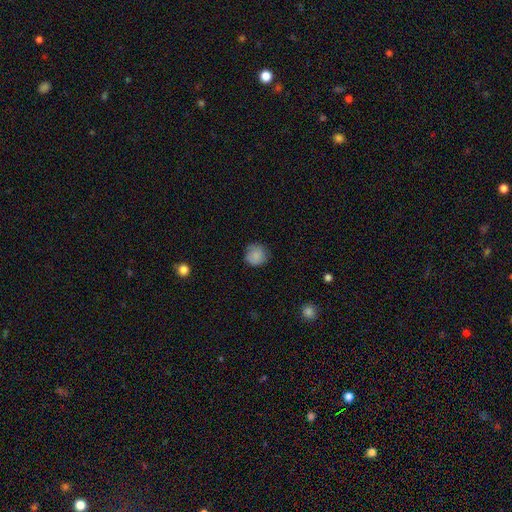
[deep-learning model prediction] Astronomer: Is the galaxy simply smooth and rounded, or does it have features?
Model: smooth — 84%.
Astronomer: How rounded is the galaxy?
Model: round — 92%.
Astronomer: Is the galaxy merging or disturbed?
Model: none — 80%.